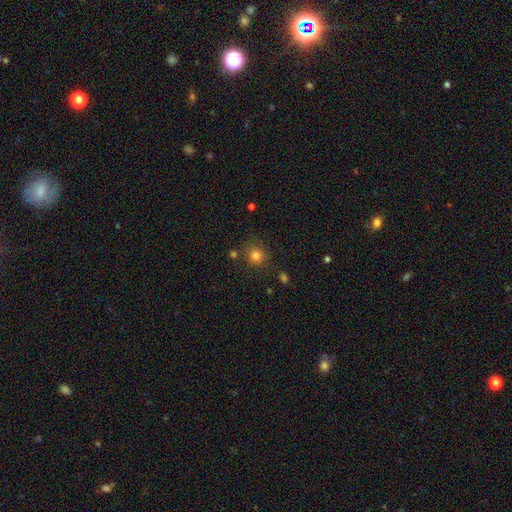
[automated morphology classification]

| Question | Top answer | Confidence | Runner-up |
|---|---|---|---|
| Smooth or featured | smooth | 81% | star or artifact (14%) |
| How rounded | round | 91% | in between (8%) |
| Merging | none | 81% | minor disturbance (10%) |